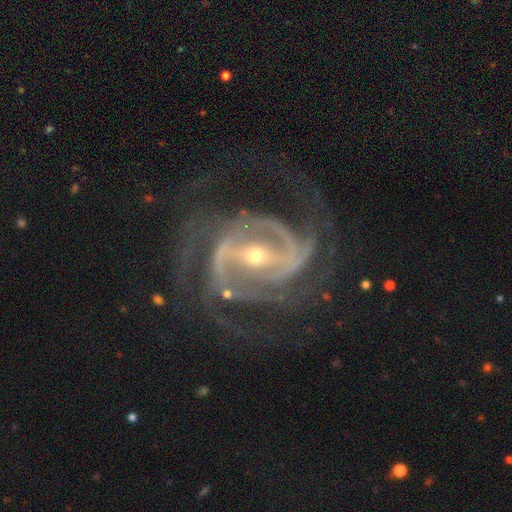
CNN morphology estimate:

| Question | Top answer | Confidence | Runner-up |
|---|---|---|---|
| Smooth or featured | featured or disk | 92% | star or artifact (5%) |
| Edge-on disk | no | 97% | yes (3%) |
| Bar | strong | 65% | weak (26%) |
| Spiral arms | yes | 98% | no (2%) |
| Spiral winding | medium | 45% | tight (43%) |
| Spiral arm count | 2 | 40% | 3 (22%) |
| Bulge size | small | 61% | moderate (35%) |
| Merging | none | 66% | major disturbance (17%) |